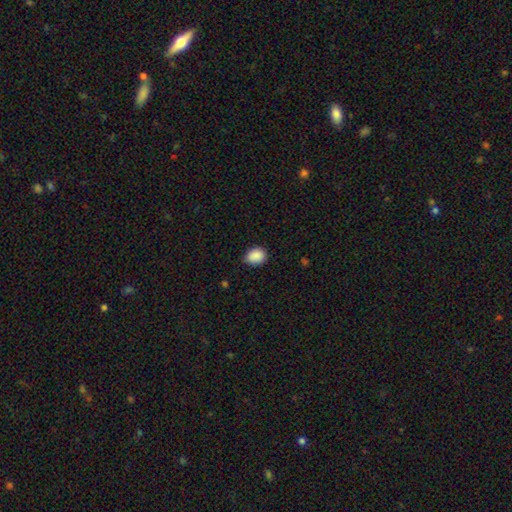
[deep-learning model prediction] Overall: smooth (89%). How rounded: round (52%; in between 47%). Merging: none (78%).